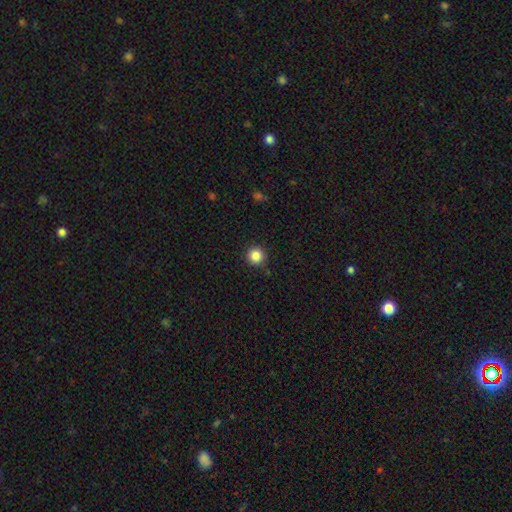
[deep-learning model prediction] This is clearly a smooth galaxy (85%). How rounded: clearly round (96%). Merging: clearly none (91%).